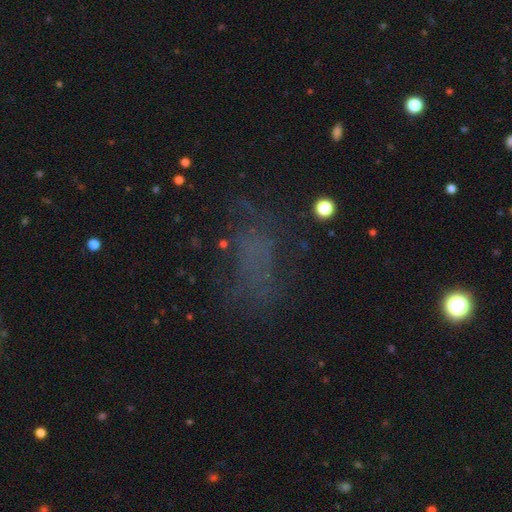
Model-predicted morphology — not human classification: Smooth or featured: smooth — 43% (star or artifact — 32%)
Merging: none — 53% (major disturbance — 25%)